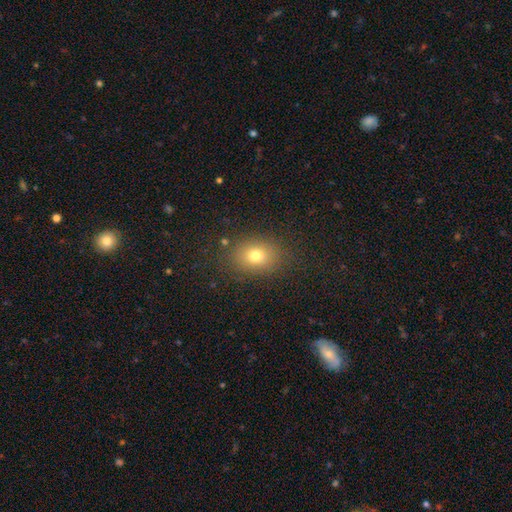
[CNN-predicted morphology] Q: Smooth or featured?
A: smooth (75%); runner-up: star or artifact (14%)
Q: How rounded?
A: in between (61%); runner-up: round (38%)
Q: Merging?
A: none (84%); runner-up: minor disturbance (10%)